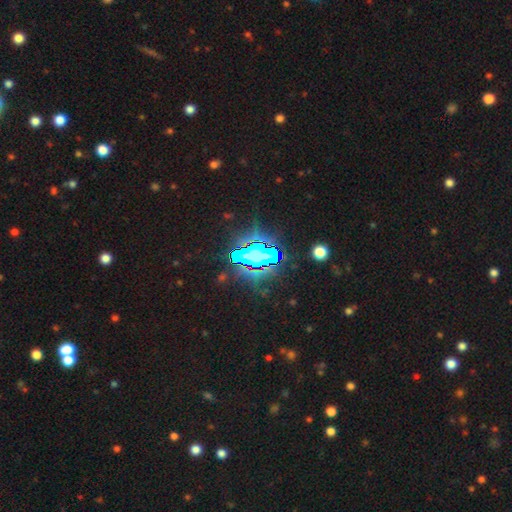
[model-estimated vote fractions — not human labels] The model was most divided on "smooth or featured": star or artifact: 70%, smooth: 16%, featured or disk: 14%.